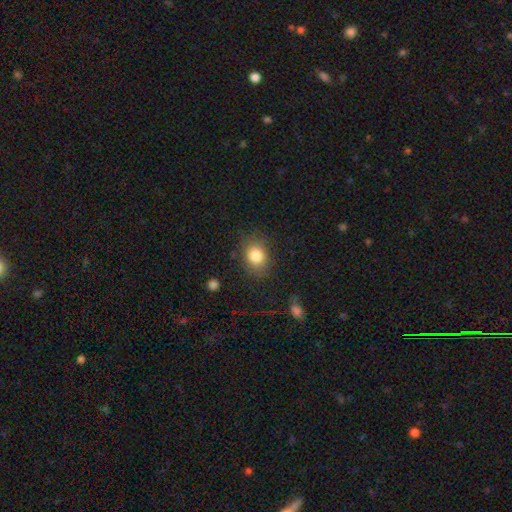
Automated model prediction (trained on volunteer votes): Smooth or featured? smooth (83%)
How rounded? in between (55%)
Merging? none (79%)